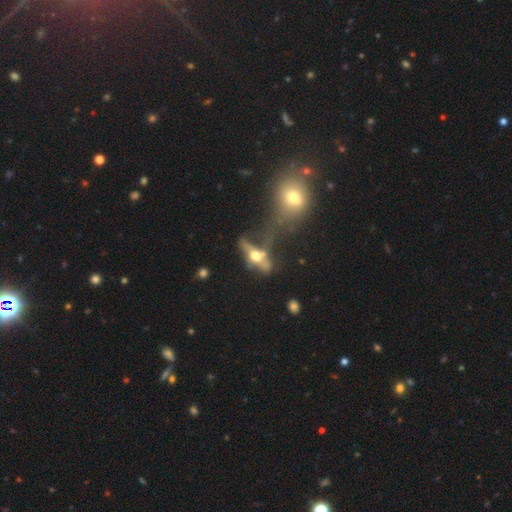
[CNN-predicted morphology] The model was most divided on "merging": merger: 33%, none: 29%, major disturbance: 23%, minor disturbance: 15%. More confident: edge-on disk — yes (62%); smooth or featured — featured or disk (61%).